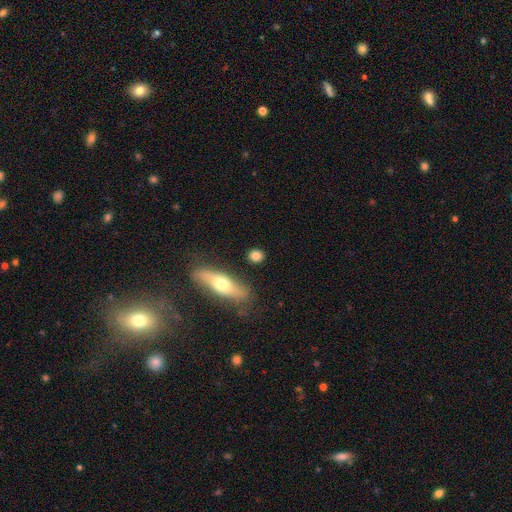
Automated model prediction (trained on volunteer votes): Morphology: type=smooth (80%); roundness=round (67%); merging=none (83%).